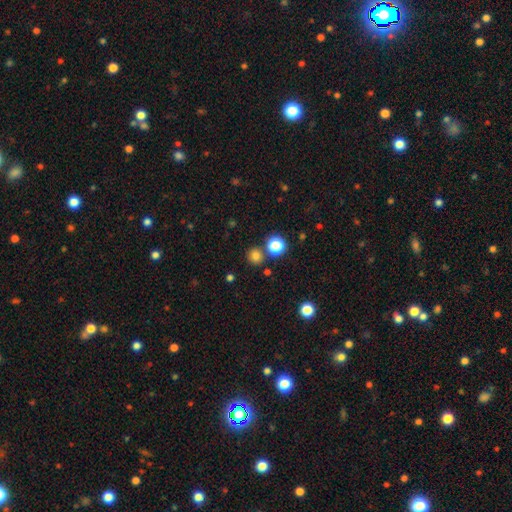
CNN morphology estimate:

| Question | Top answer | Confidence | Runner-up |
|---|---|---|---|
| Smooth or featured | smooth | 77% | star or artifact (17%) |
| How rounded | round | 91% | in between (8%) |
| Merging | none | 81% | merger (9%) |